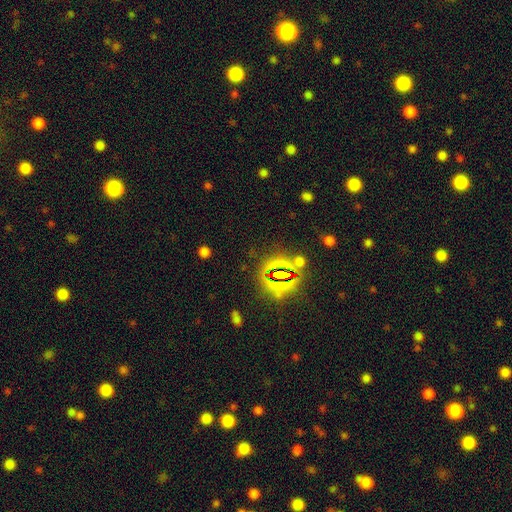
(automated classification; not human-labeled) Smooth or featured: star or artifact — 80% (smooth — 13%)